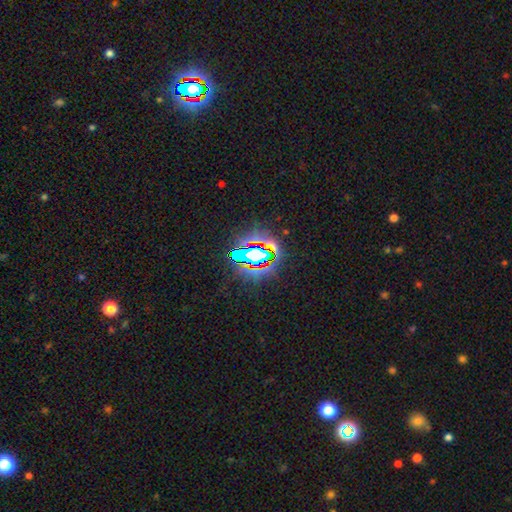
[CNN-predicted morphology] Smooth or featured? Predicted: star or artifact (p=0.72).